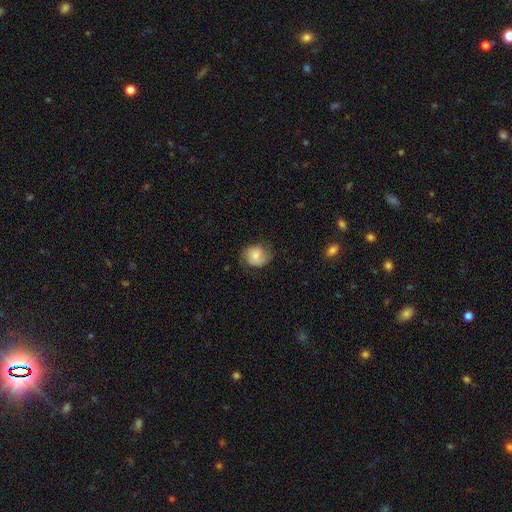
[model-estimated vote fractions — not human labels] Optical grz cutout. It shows a smooth galaxy with no disk features (64%) that is round (68%). Merging: none (65%).